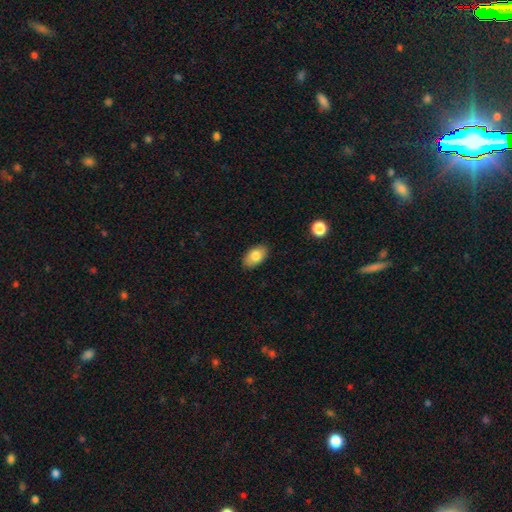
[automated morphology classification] smooth-or-featured: smooth: 82% | featured or disk: 11% | star or artifact: 7%
  how-rounded: in between: 91% | round: 7% | cigar-shaped: 1%
  merging: none: 87% | minor disturbance: 10% | major disturbance: 2% | merger: 1%